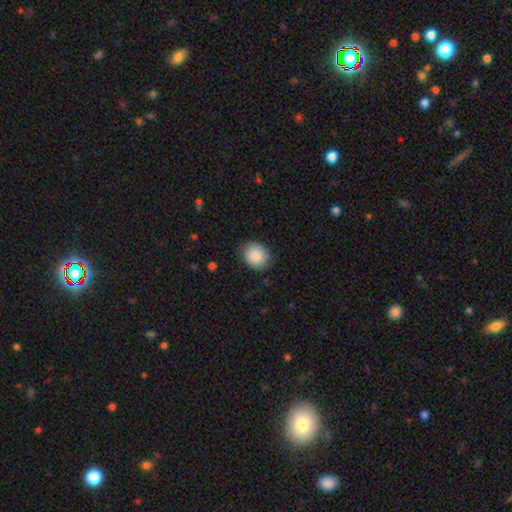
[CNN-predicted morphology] smooth_or_featured: smooth (p=0.88) [alt: star or artifact p=0.07]
how_rounded: round (p=0.64) [alt: in between p=0.36]
merging: none (p=0.85) [alt: minor disturbance p=0.11]